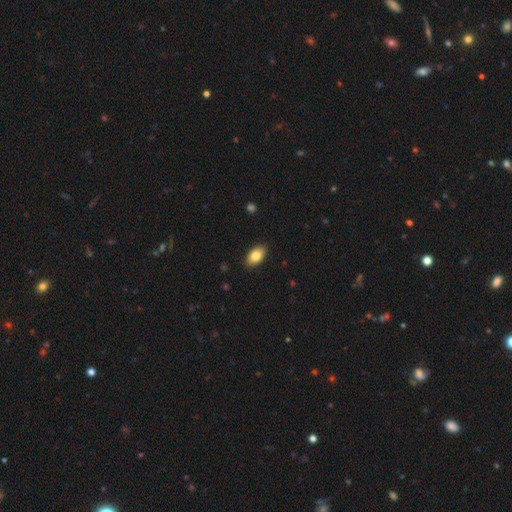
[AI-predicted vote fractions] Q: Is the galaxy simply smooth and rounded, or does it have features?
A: smooth — 85%.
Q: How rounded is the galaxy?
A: in between — 92%.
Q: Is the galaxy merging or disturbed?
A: none — 89%.